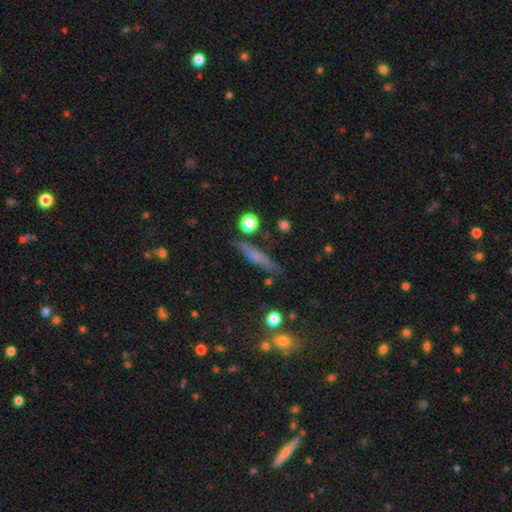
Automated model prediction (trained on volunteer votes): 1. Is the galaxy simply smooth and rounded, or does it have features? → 54% smooth, 34% featured or disk, 12% star or artifact.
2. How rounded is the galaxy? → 83% cigar-shaped, 12% in between, 5% round.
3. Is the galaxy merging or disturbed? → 78% none, 14% minor disturbance, 4% major disturbance, 4% merger.